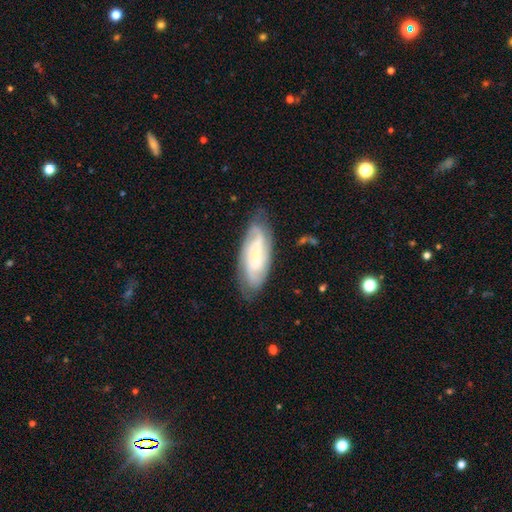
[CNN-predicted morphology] This is likely a featured or disk galaxy (73%). It is clearly not viewed edge-on (91%). Bar: possibly no (49%). Spiral arm pattern: clearly yes (95%). Spiral arm count: marginally 2 (38%). Spiral winding: possibly tight (51%). Central bulge: likely small (62%). Merging: likely none (75%).